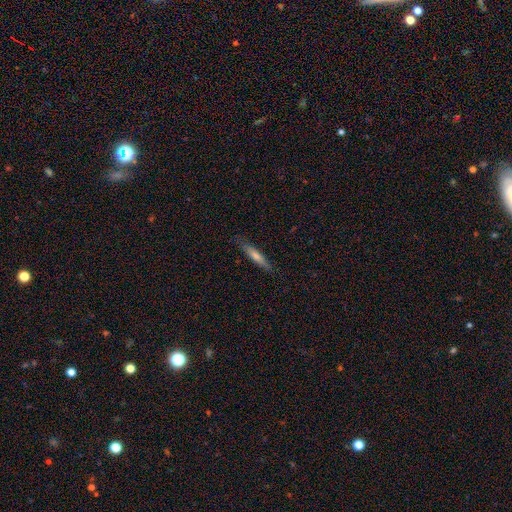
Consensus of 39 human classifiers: A smooth galaxy with no disk features (54%) that is cigar-shaped (95%). Merging: none (92%).